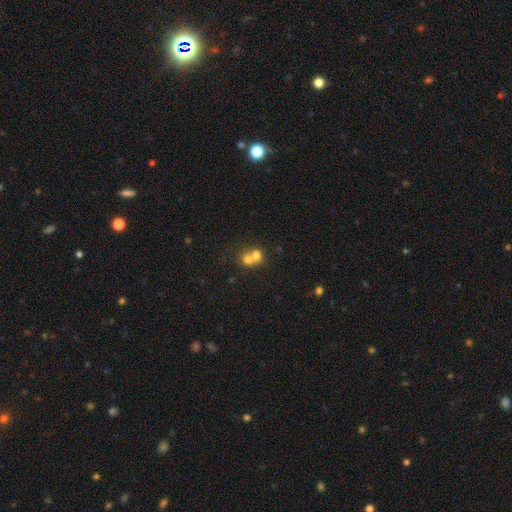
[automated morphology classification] Overall: smooth (69%). How rounded: round (77%). Merging: merger (67%).